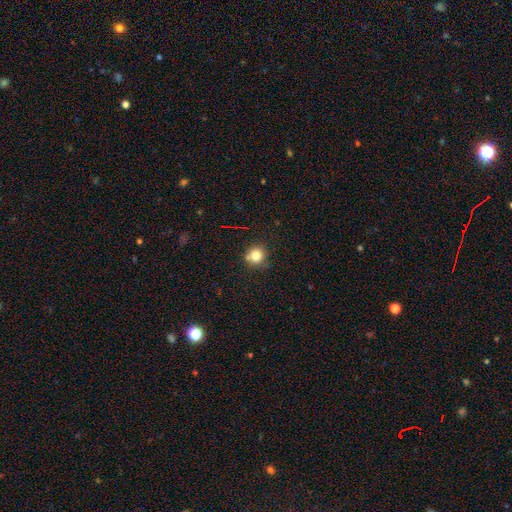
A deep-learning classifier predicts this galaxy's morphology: This is likely a smooth galaxy (80%). How rounded: clearly round (90%). Merging: likely none (72%).